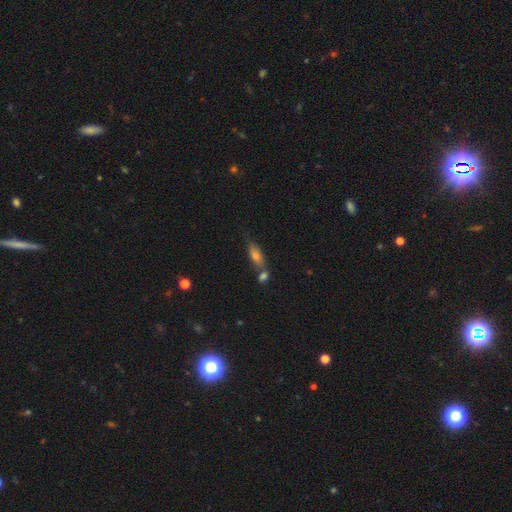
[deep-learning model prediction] Overall: smooth (66%). How rounded: in between (64%; cigar-shaped 32%). Merging: none (50%; merger 29%).